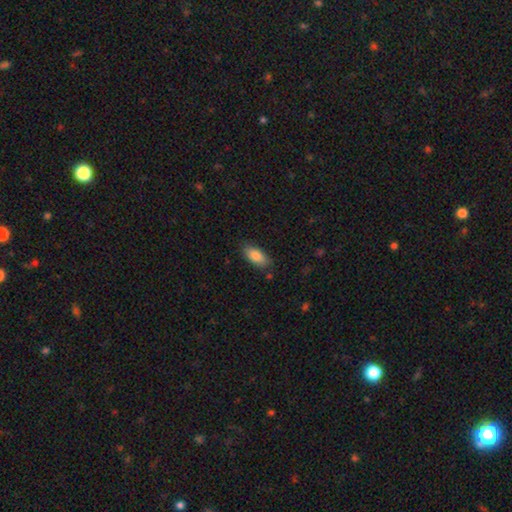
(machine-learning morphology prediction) Smooth or featured: smooth — 85% (featured or disk — 8%)
How rounded: in between — 88% (cigar-shaped — 9%)
Merging: none — 80% (minor disturbance — 15%)